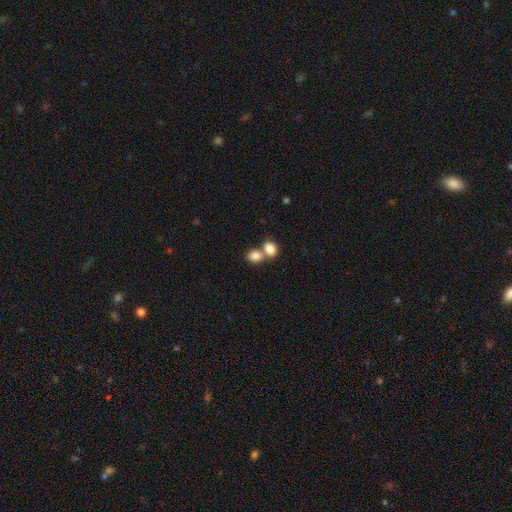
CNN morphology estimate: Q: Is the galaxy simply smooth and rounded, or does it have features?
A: smooth — 84%.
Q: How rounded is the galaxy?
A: in between — 50%.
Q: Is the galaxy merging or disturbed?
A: merger — 56%.